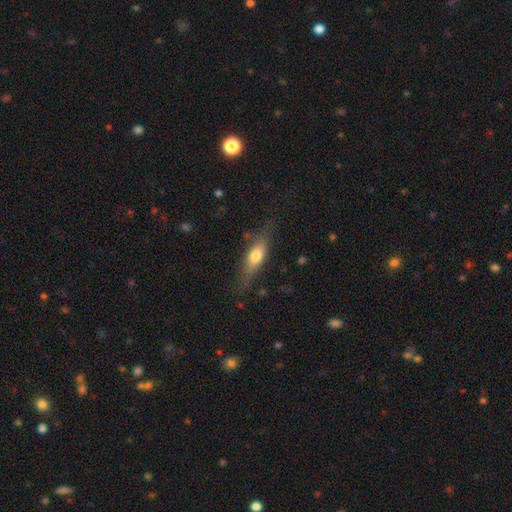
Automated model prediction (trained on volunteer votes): Overall: smooth (60%; featured or disk 33%). How rounded: in between (52%; cigar-shaped 44%). Merging: none (71%).